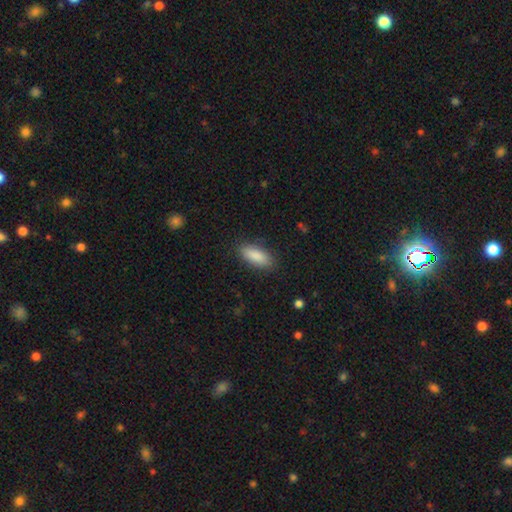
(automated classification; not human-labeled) Smooth or featured?
  - smooth: 89% *
  - star or artifact: 6%
  - featured or disk: 5%
How rounded?
  - in between: 80% *
  - cigar-shaped: 18%
  - round: 2%
Merging?
  - none: 86% *
  - minor disturbance: 10%
  - major disturbance: 3%
  - merger: 1%